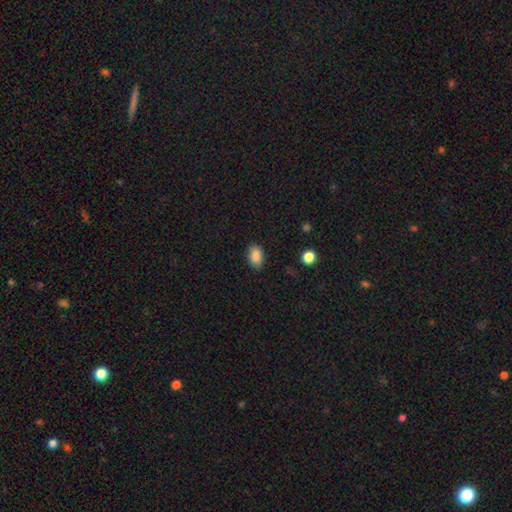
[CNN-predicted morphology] smooth 86%, star or artifact 9%, featured or disk 5%. Down the decision tree: how rounded — in between (87%); merging — none (84%).